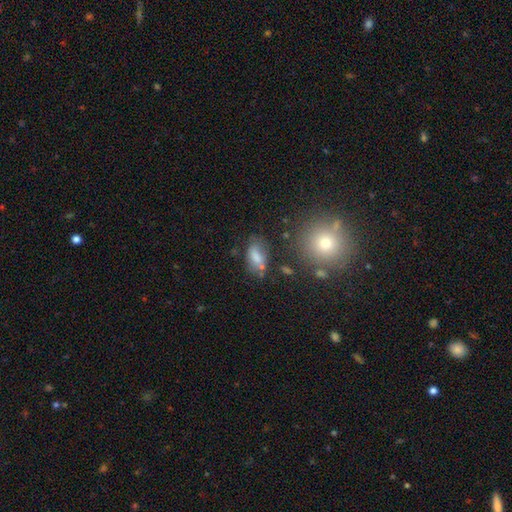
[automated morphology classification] Smooth or featured?
  - smooth: 72% *
  - featured or disk: 16%
  - star or artifact: 11%
How rounded?
  - in between: 88% *
  - round: 7%
  - cigar-shaped: 5%
Merging?
  - none: 61% *
  - minor disturbance: 21%
  - merger: 9%
  - major disturbance: 8%